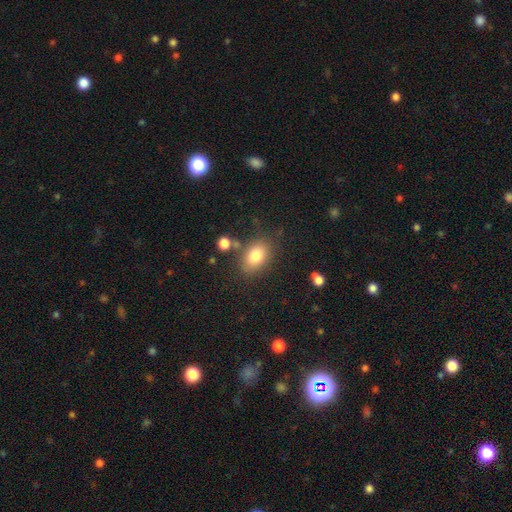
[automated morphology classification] smooth-or-featured: smooth: 82% | featured or disk: 9% | star or artifact: 9%
  how-rounded: in between: 83% | round: 16% | cigar-shaped: 2%
  merging: none: 75% | minor disturbance: 14% | merger: 6% | major disturbance: 5%